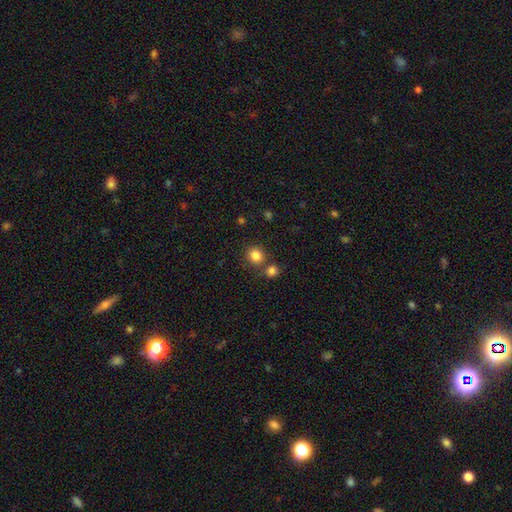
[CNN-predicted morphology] type=smooth (84%); roundness=round (83%); merging=none (72%).